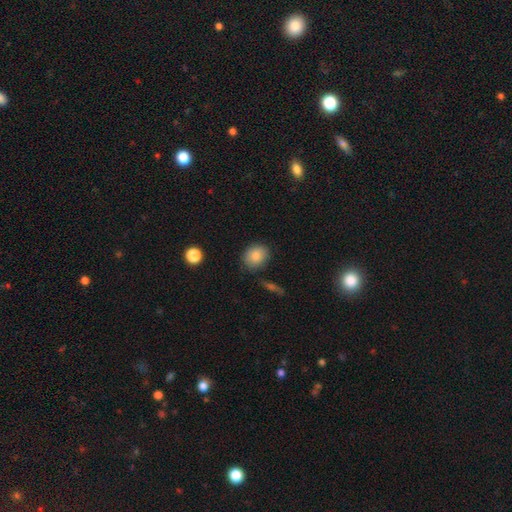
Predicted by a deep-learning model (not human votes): The model was most divided on "how rounded": round: 63%, in between: 36%, cigar-shaped: 1%. More confident: smooth or featured — smooth (83%); merging — none (82%).